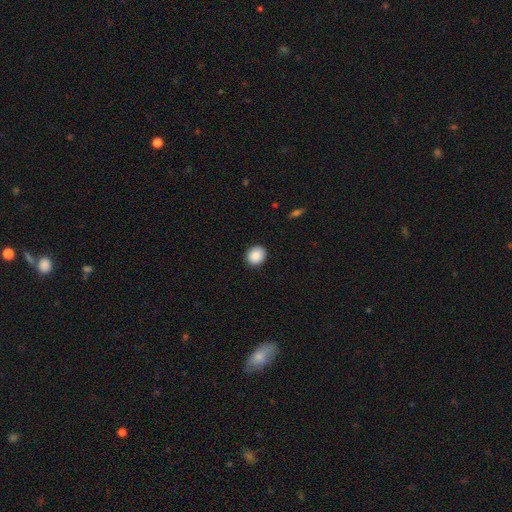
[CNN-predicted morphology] A smooth galaxy with no disk features (89%) that is round (77%). Merging: none (90%).